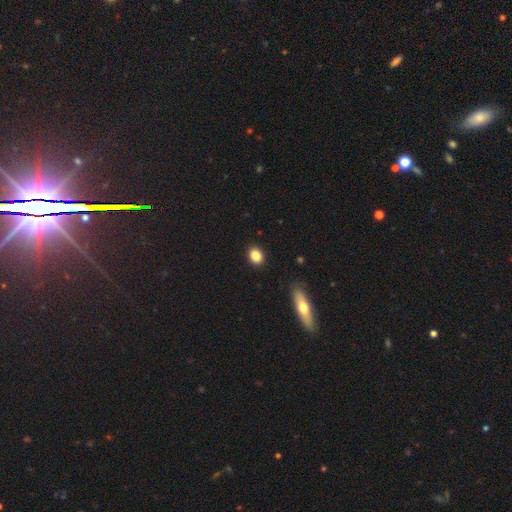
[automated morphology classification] Smooth or featured? Predicted: smooth (p=0.87). How rounded? Predicted: in between (p=0.62). Merging? Predicted: none (p=0.89).